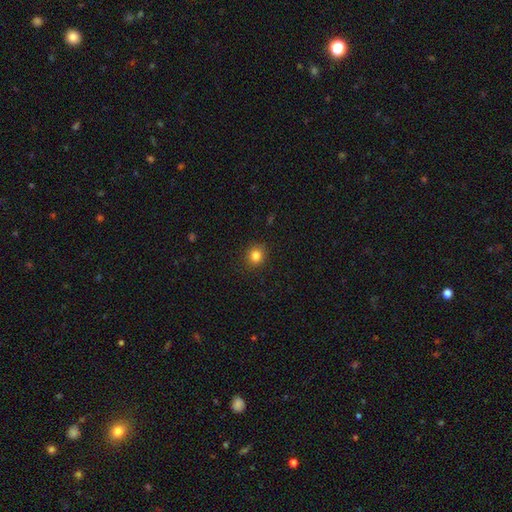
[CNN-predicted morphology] smooth_or_featured: smooth (p=0.82) [alt: star or artifact p=0.12]
how_rounded: round (p=0.82) [alt: in between p=0.17]
merging: none (p=0.90) [alt: minor disturbance p=0.07]